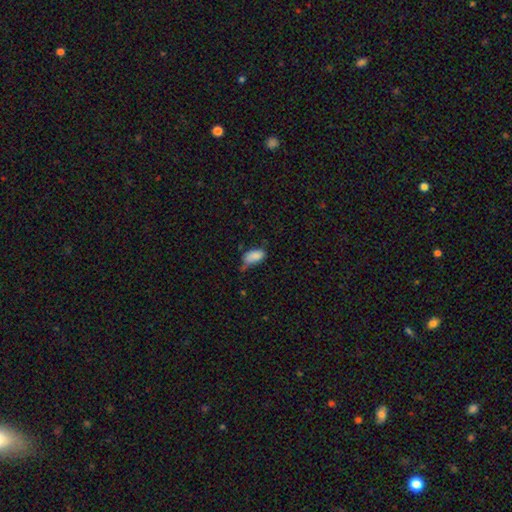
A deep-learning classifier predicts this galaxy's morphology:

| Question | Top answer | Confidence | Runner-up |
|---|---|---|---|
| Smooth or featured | smooth | 85% | star or artifact (8%) |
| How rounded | in between | 93% | round (4%) |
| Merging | none | 42% | minor disturbance (40%) |